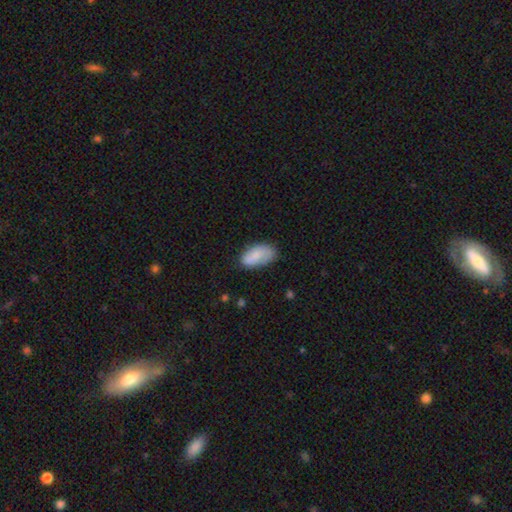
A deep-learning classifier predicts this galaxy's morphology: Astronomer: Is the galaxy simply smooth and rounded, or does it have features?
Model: smooth — 77%.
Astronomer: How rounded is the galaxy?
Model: in between — 93%.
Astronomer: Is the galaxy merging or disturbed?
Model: none — 65%.